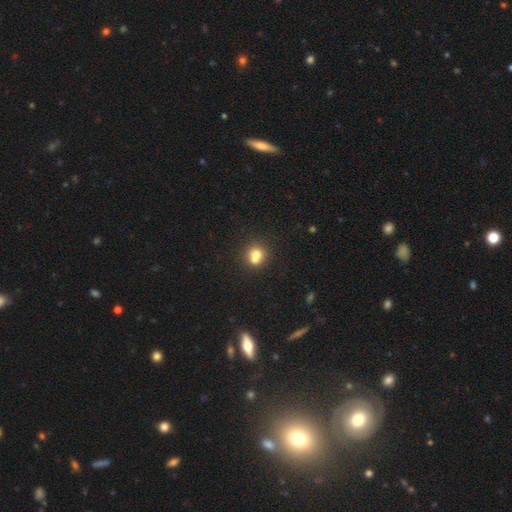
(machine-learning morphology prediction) A smooth galaxy with no disk features (73%) that is round (78%).

Vote fractions:
- Smooth or featured? smooth: 73% / featured or disk: 15% / star or artifact: 12%
- How rounded? round: 78% / in between: 21% / cigar-shaped: 1%
- Merging? merger: 44% / none: 42% / minor disturbance: 10% / major disturbance: 4%